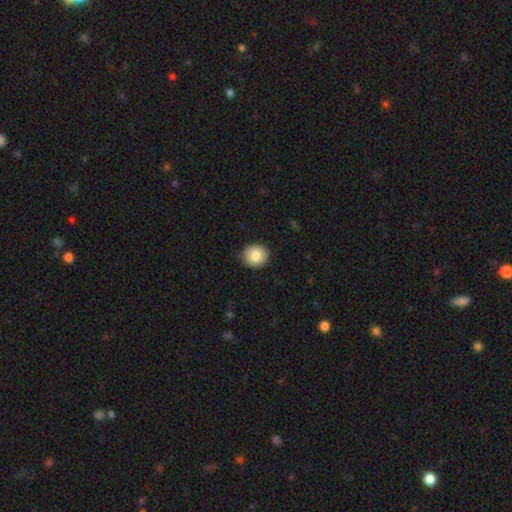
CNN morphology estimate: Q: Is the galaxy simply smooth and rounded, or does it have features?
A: smooth — 84%.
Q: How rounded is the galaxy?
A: round — 86%.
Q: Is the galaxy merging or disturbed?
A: none — 88%.